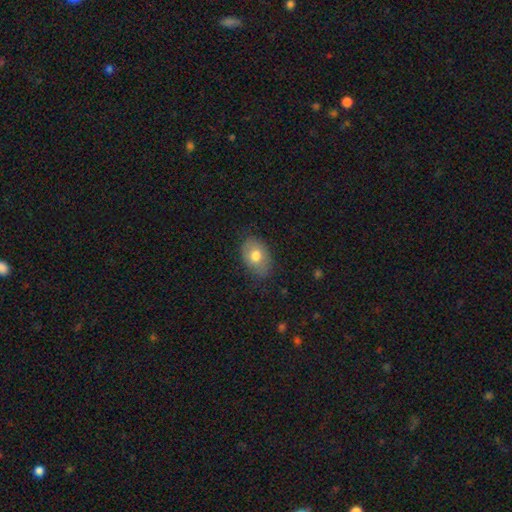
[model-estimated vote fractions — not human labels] Overall: smooth (74%). How rounded: in between (81%). Merging: none (77%).